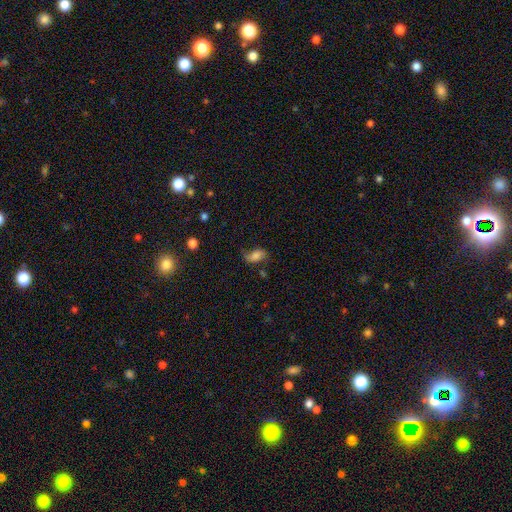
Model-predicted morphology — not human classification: Overall: smooth (62%; featured or disk 28%). How rounded: in between (89%). Merging: none (54%; minor disturbance 29%).